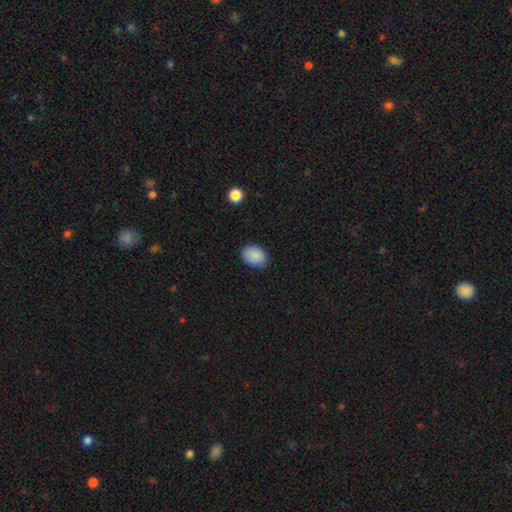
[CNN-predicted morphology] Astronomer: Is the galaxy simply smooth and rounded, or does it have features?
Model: smooth — 89%.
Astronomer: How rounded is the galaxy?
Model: in between — 75%.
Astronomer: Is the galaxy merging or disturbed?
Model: none — 83%.